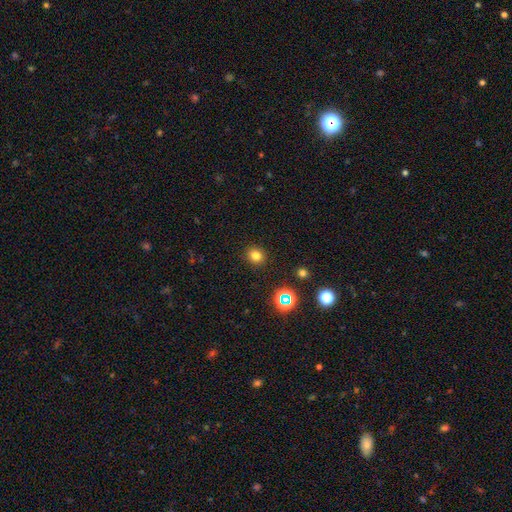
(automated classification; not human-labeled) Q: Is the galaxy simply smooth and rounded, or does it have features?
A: smooth — 77%.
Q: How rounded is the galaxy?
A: round — 85%.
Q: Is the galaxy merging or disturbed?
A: none — 91%.